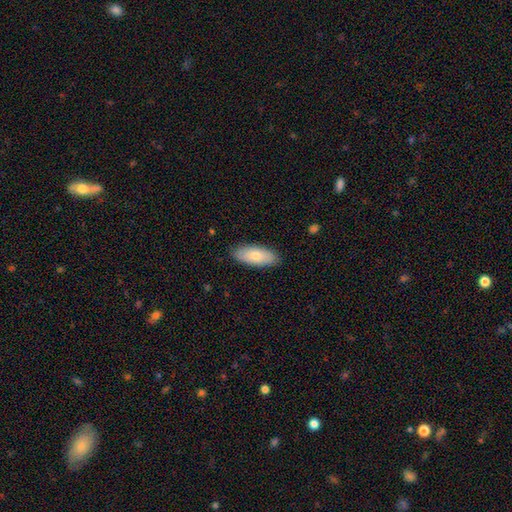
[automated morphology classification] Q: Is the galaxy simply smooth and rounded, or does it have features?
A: smooth — 80%.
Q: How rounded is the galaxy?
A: in between — 84%.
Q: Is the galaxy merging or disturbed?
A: none — 87%.